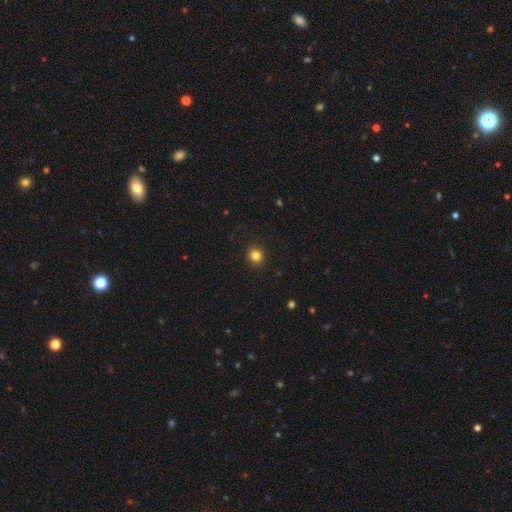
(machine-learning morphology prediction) smooth 83%, star or artifact 13%, featured or disk 5%. Down the decision tree: how rounded — round (91%); merging — none (92%).